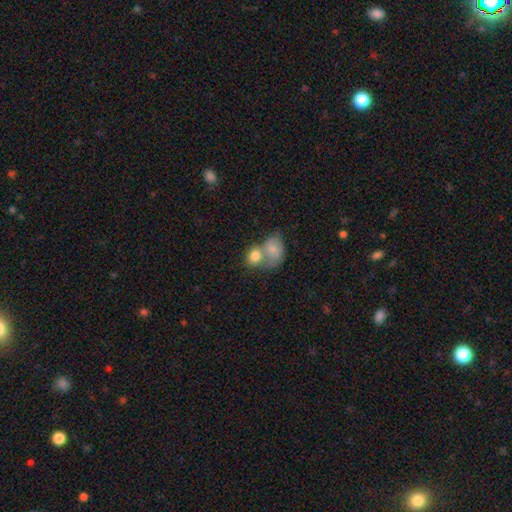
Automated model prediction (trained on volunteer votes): Smooth or featured: smooth — 80% (featured or disk — 13%)
How rounded: round — 55% (in between — 44%)
Merging: merger — 63% (none — 24%)